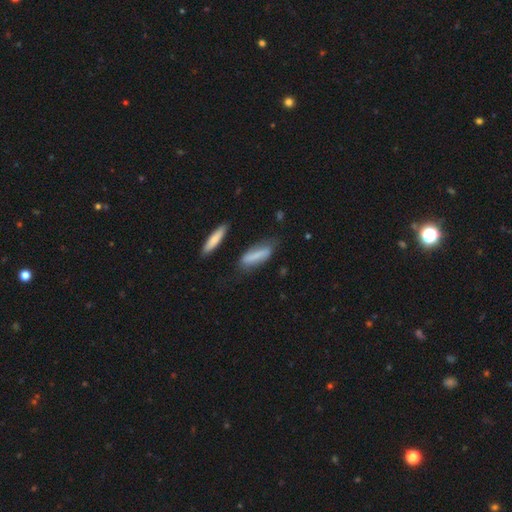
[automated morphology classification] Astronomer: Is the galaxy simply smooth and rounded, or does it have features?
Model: smooth — 69%.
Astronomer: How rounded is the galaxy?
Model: cigar-shaped — 56% (runner-up: in between, 41%).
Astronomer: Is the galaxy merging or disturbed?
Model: none — 66%.